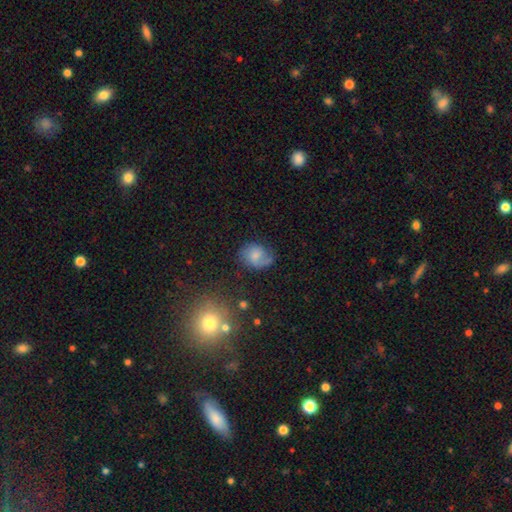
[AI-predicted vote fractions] A featured or disk galaxy (46%).

Vote fractions:
- Smooth or featured? featured or disk: 46% / smooth: 44% / star or artifact: 10%
- Merging? none: 59% / minor disturbance: 25% / major disturbance: 14% / merger: 3%